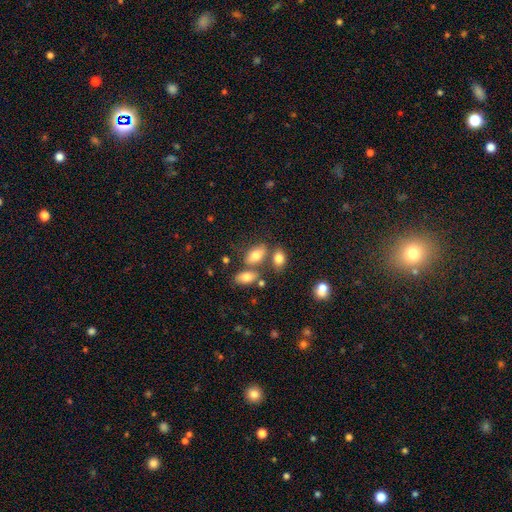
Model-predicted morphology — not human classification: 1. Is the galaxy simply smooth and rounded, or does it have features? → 76% smooth, 15% featured or disk, 9% star or artifact.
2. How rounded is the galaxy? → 89% in between, 6% round, 5% cigar-shaped.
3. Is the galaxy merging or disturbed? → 55% none, 25% merger, 14% minor disturbance, 5% major disturbance.